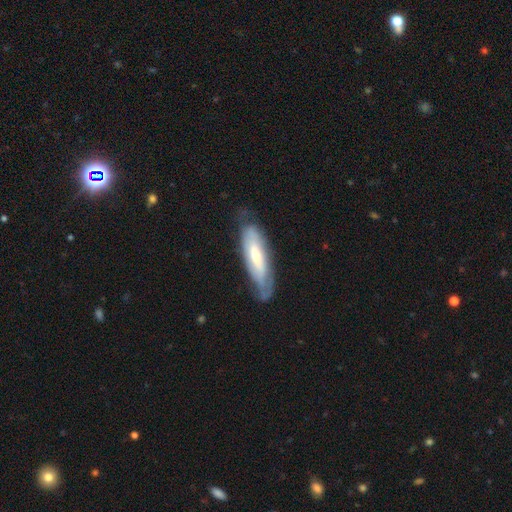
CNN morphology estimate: Overall: featured or disk (59%; smooth 35%). Edge-on disk: no (67%; yes 33%). Merging: none (63%; minor disturbance 26%).